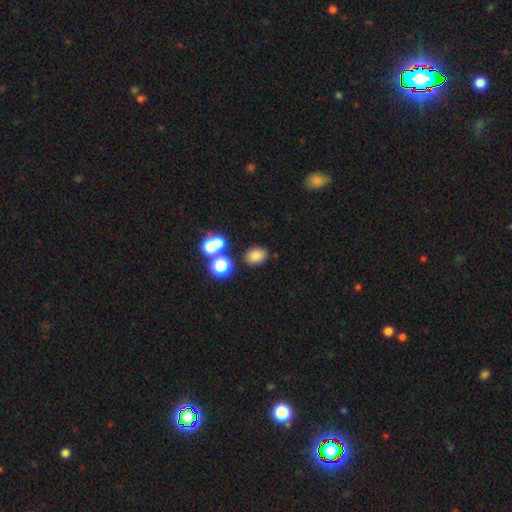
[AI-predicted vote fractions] smooth-or-featured: smooth: 79% | star or artifact: 15% | featured or disk: 7%
  how-rounded: in between: 51% | round: 48% | cigar-shaped: 1%
  merging: none: 79% | minor disturbance: 10% | merger: 8% | major disturbance: 3%